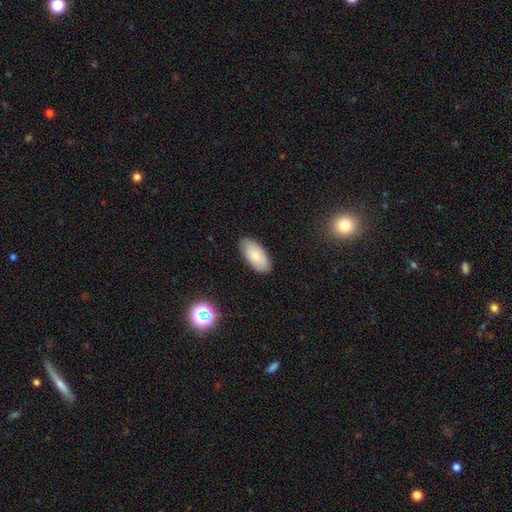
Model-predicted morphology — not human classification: Smooth or featured?
  - smooth: 76% *
  - featured or disk: 17%
  - star or artifact: 7%
How rounded?
  - in between: 94% *
  - cigar-shaped: 3%
  - round: 2%
Merging?
  - none: 87% *
  - minor disturbance: 10%
  - major disturbance: 2%
  - merger: 1%